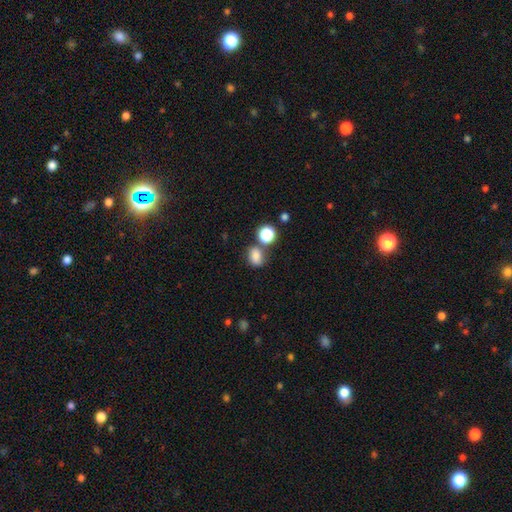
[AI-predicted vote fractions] smooth 78%, star or artifact 13%, featured or disk 9%. Down the decision tree: how rounded — in between (52%); merging — none (64%).